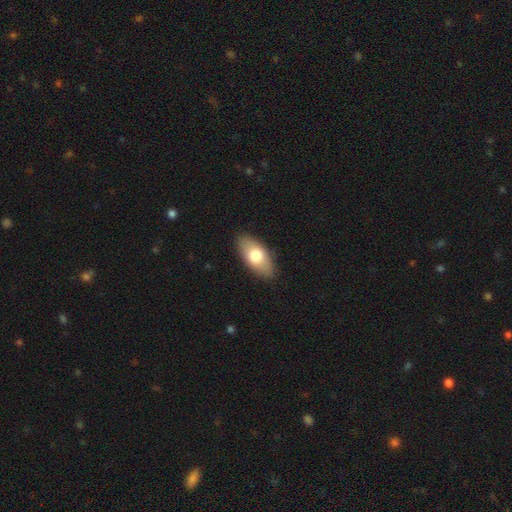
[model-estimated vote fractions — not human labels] This is likely a smooth galaxy (72%). How rounded: clearly in between (91%). Merging: clearly none (88%).